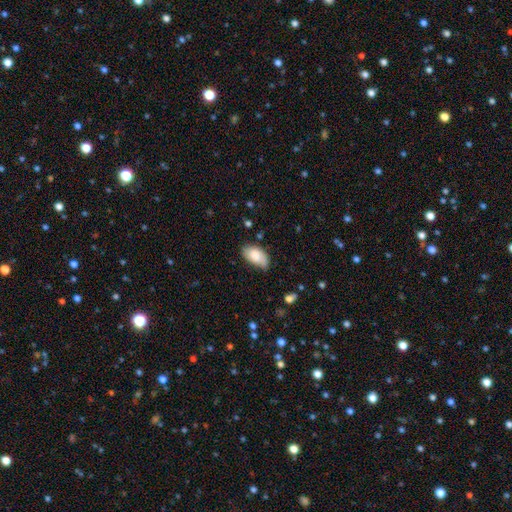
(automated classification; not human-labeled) Smooth or featured?
  - smooth: 75% *
  - featured or disk: 18%
  - star or artifact: 7%
How rounded?
  - in between: 94% *
  - round: 4%
  - cigar-shaped: 2%
Merging?
  - none: 61% *
  - minor disturbance: 31%
  - major disturbance: 7%
  - merger: 2%